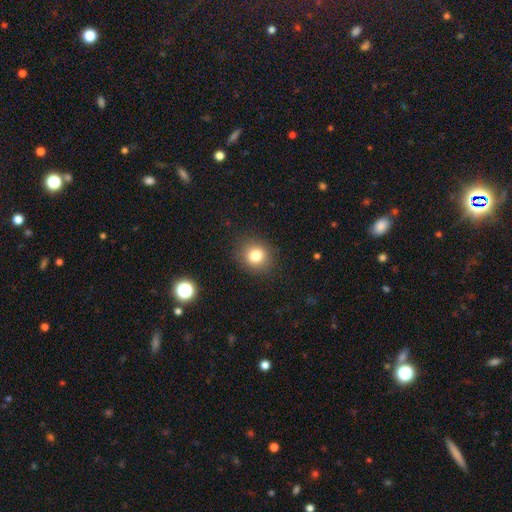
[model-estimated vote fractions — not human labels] This is clearly a smooth galaxy (80%). How rounded: clearly round (80%). Merging: clearly none (87%).